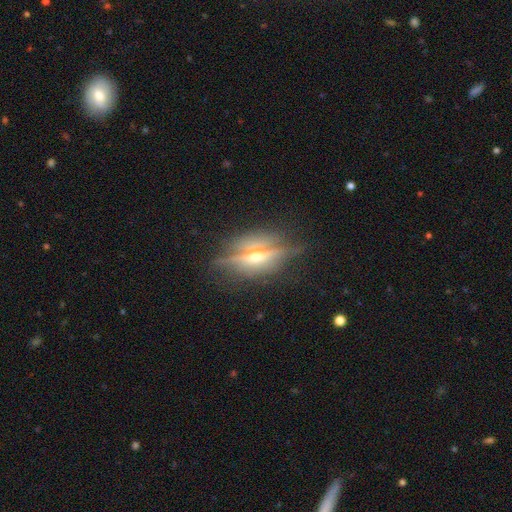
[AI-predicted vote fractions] This is likely a featured or disk galaxy (71%). It is clearly viewed edge-on (88%). Edge-on bulge: clearly rounded (91%). Merging: likely none (78%).